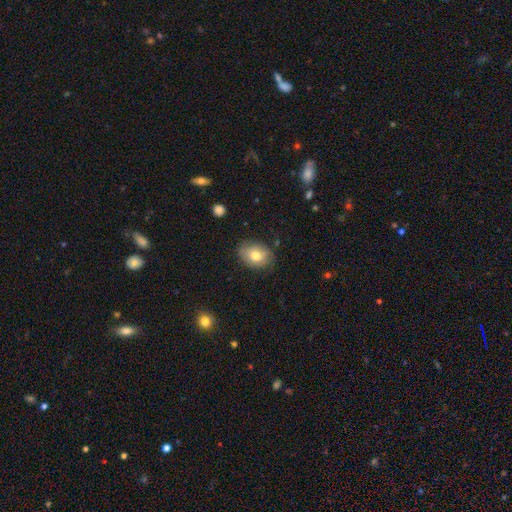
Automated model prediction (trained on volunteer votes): Smooth or featured? smooth (74%)
How rounded? in between (70%)
Merging? none (75%)